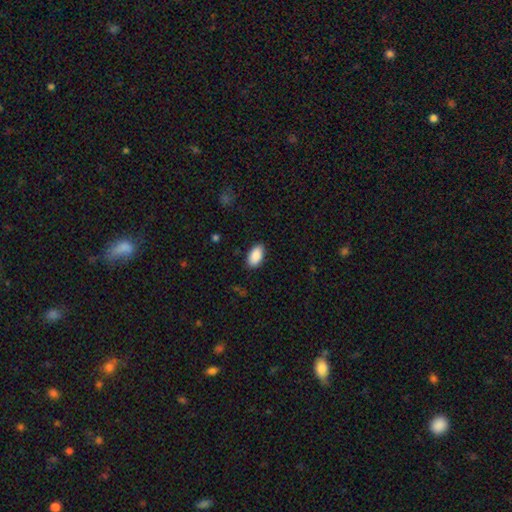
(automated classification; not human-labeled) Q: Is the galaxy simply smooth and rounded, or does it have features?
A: smooth — 90%.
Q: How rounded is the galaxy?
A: in between — 95%.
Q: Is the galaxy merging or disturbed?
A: none — 87%.